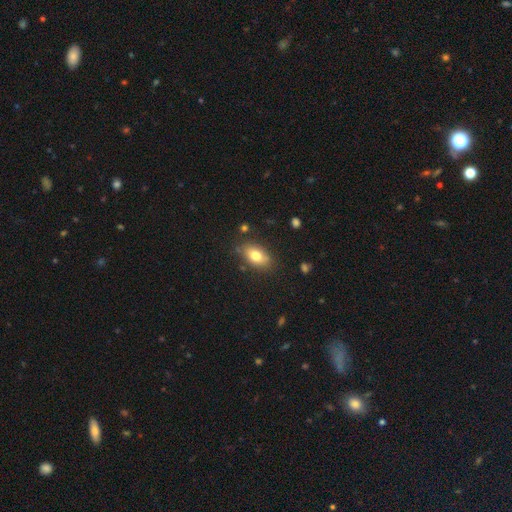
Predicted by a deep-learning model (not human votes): Smooth or featured? smooth (78%)
How rounded? in between (87%)
Merging? none (81%)